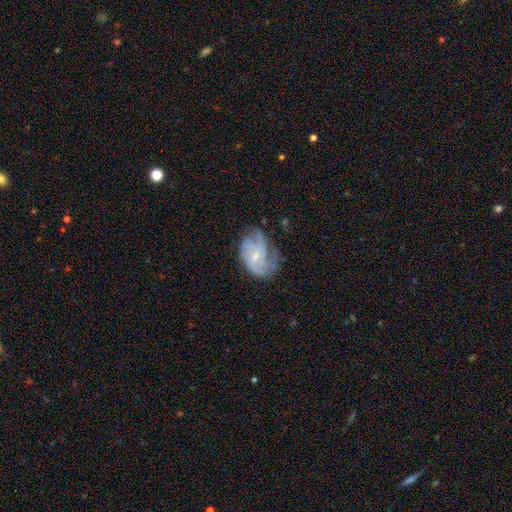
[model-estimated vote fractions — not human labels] Smooth or featured?
  - featured or disk: 68% *
  - smooth: 24%
  - star or artifact: 8%
Edge-on disk?
  - no: 97% *
  - yes: 3%
Bar?
  - no: 51% *
  - weak: 42%
  - strong: 7%
Spiral arms?
  - yes: 83% *
  - no: 17%
Spiral winding?
  - medium: 43% *
  - loose: 29%
  - tight: 28%
Spiral arm count?
  - can't tell: 35% *
  - 3: 24%
  - 2: 18%
  - 4: 13%
  - 1: 5%
  - more than 4: 5%
Bulge size?
  - small: 65% *
  - moderate: 25%
  - none: 7%
  - large: 1%
  - dominant: 1%
Merging?
  - none: 47% *
  - minor disturbance: 30%
  - major disturbance: 21%
  - merger: 2%